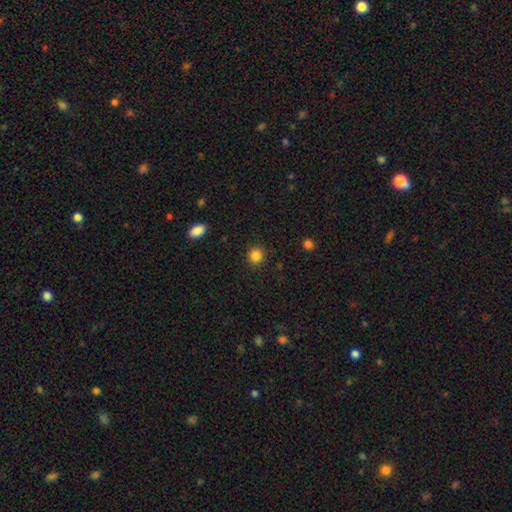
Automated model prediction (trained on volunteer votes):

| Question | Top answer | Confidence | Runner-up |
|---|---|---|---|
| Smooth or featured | smooth | 85% | star or artifact (11%) |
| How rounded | round | 89% | in between (10%) |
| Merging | none | 91% | minor disturbance (6%) |